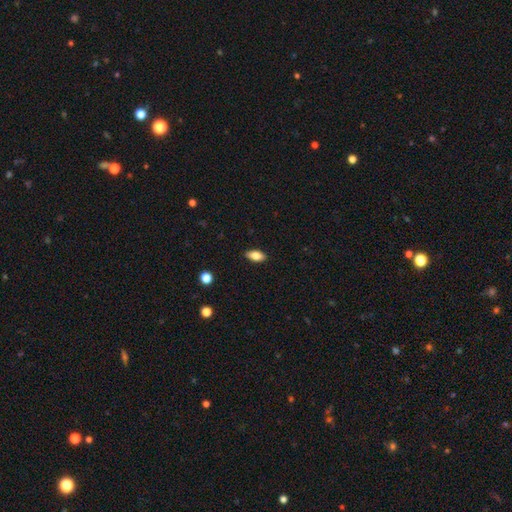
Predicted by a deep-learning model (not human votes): This is likely a smooth galaxy (79%). How rounded: clearly in between (88%). Merging: clearly none (88%).